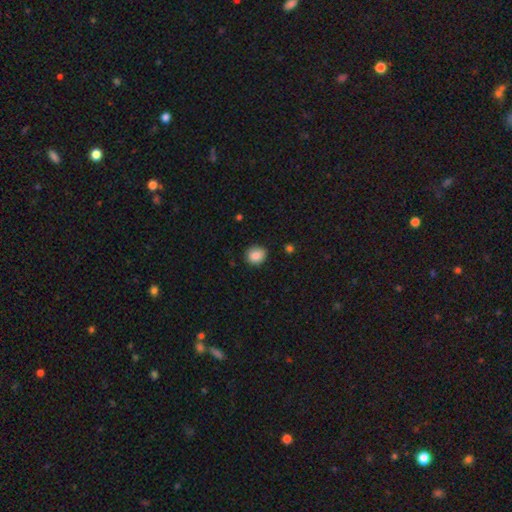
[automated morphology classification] Q: Smooth or featured?
A: smooth (85%); runner-up: star or artifact (9%)
Q: How rounded?
A: round (82%); runner-up: in between (17%)
Q: Merging?
A: none (84%); runner-up: minor disturbance (12%)